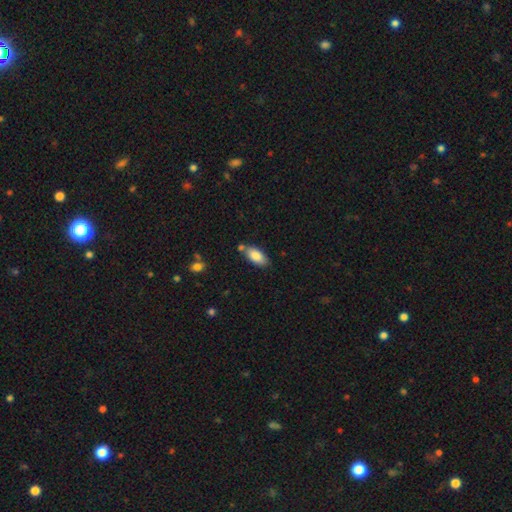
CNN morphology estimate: This appears to be a smooth galaxy with no disk features (85%) that is in between round and cigar-shaped (89%). Merging: none (70%).